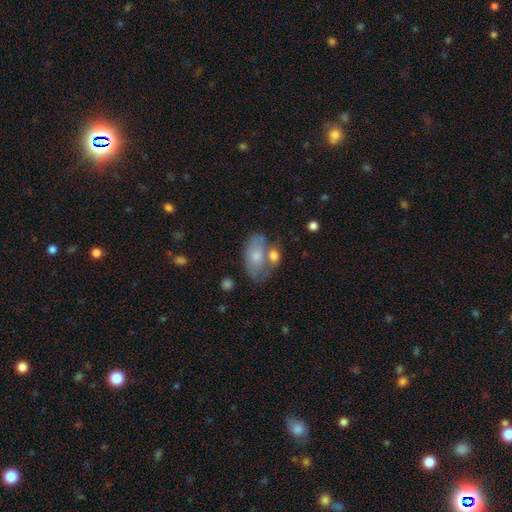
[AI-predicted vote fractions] A smooth galaxy with no disk features (67%) that is in between round and cigar-shaped (89%).

Vote fractions:
- Smooth or featured? smooth: 67% / featured or disk: 26% / star or artifact: 7%
- How rounded? in between: 89% / round: 8% / cigar-shaped: 2%
- Merging? none: 39% / merger: 31% / minor disturbance: 21% / major disturbance: 10%